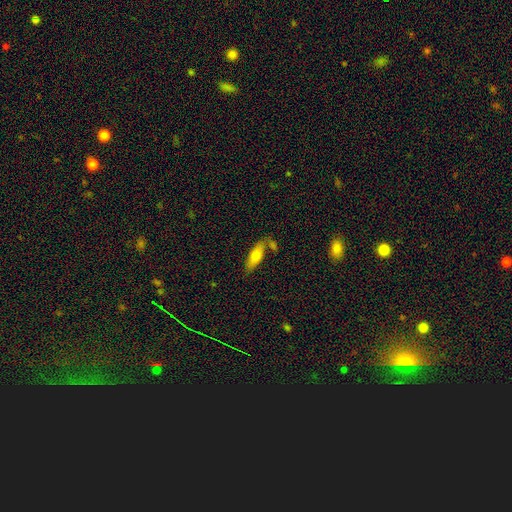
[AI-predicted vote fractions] Smooth or featured? Predicted: smooth (p=0.67). How rounded? Predicted: in between (p=0.58). Merging? Predicted: none (p=0.66).